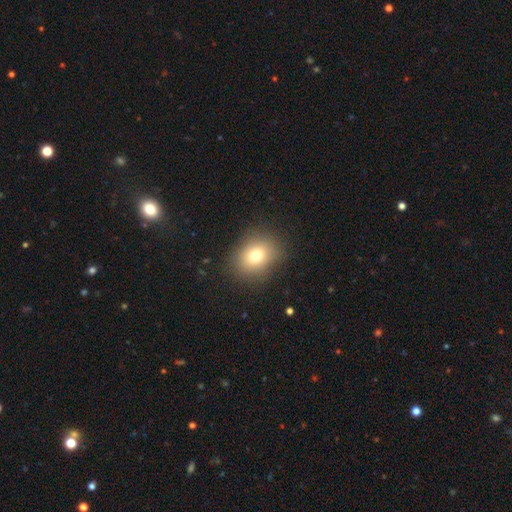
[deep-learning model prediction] Smooth or featured: smooth — 75% (star or artifact — 13%)
How rounded: in between — 51% (round — 47%)
Merging: none — 86% (minor disturbance — 9%)